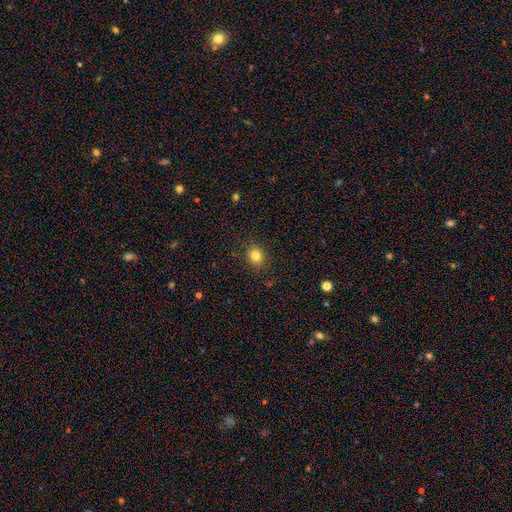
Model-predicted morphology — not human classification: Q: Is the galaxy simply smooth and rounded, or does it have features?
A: smooth — 83%.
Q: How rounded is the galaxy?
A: round — 63%.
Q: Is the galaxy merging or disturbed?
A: none — 88%.